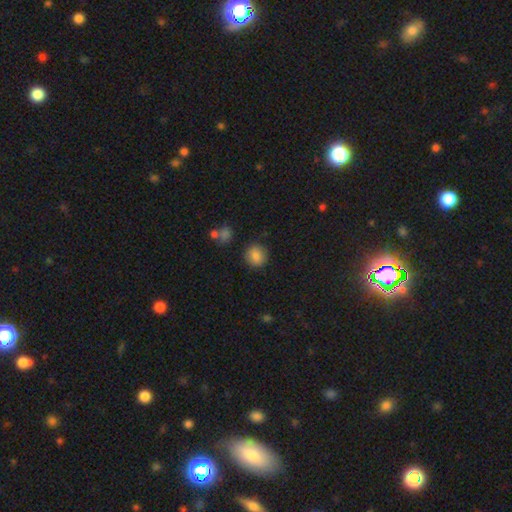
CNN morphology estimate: Smooth or featured: smooth — 85% (star or artifact — 9%)
How rounded: round — 86% (in between — 13%)
Merging: none — 86% (minor disturbance — 9%)